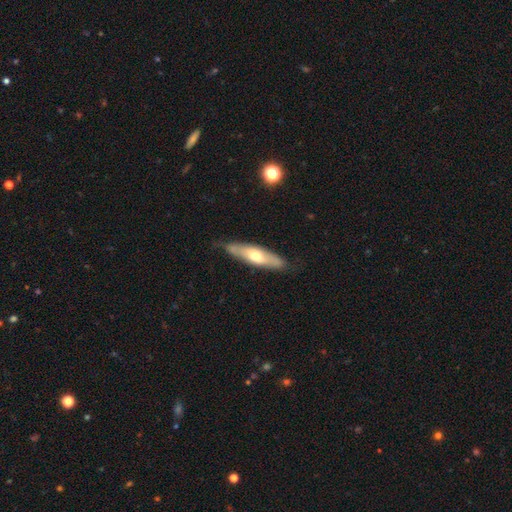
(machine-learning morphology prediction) The model was most divided on "smooth or featured": featured or disk: 48%, smooth: 47%, star or artifact: 5%. More confident: merging — none (74%).